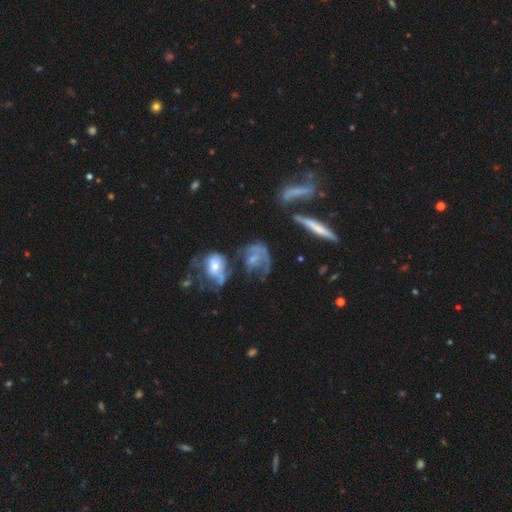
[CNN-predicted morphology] smooth-or-featured: featured or disk: 54% | smooth: 33% | star or artifact: 12%
  disk-edge-on: no: 92% | yes: 8%
    bar: no: 77% | weak: 17% | strong: 5%
    has-spiral-arms: no: 53% | yes: 47%
    bulge-size: none: 35% | small: 30% | moderate: 28% | large: 5% | dominant: 2%
  merging: major disturbance: 33% | none: 25% | merger: 24% | minor disturbance: 18%